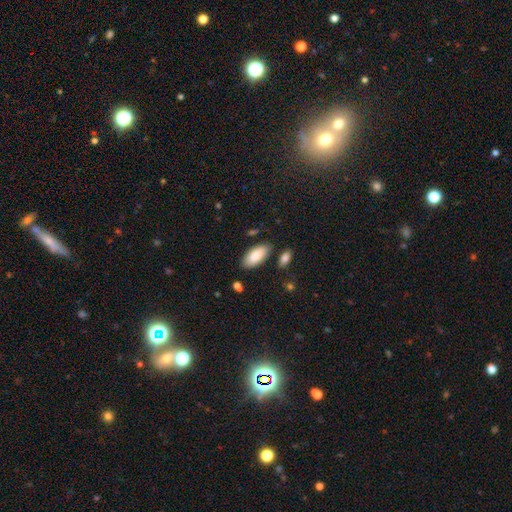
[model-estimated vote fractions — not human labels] smooth 86%, featured or disk 8%, star or artifact 6%. Down the decision tree: how rounded — in between (90%); merging — none (83%).